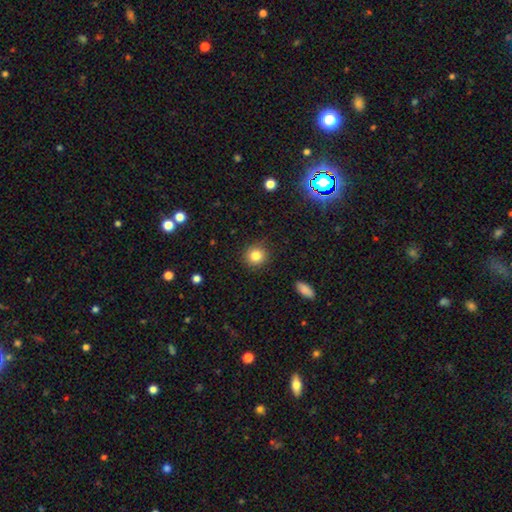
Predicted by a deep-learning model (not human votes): This is clearly a smooth galaxy (83%). How rounded: clearly round (89%). Merging: clearly none (87%).